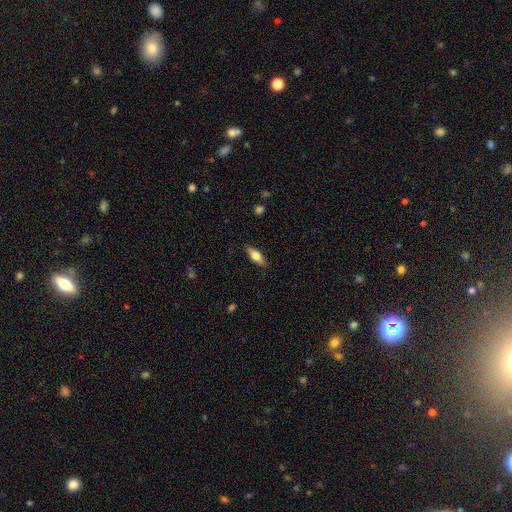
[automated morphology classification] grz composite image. It shows a smooth galaxy with no disk features (64%) that is in between round and cigar-shaped (65%). Merging: none (85%).